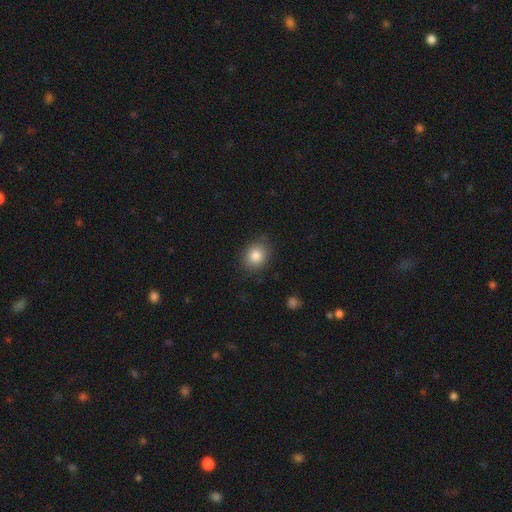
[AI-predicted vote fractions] smooth-or-featured: smooth: 83% | star or artifact: 9% | featured or disk: 7%
  how-rounded: round: 59% | in between: 40% | cigar-shaped: 1%
  merging: none: 83% | minor disturbance: 13% | major disturbance: 3% | merger: 1%